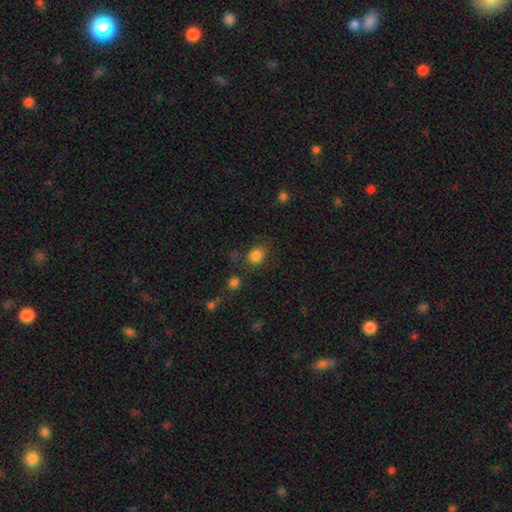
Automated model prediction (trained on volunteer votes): smooth 83%, star or artifact 12%, featured or disk 5%. Down the decision tree: how rounded — round (58%); merging — none (71%).